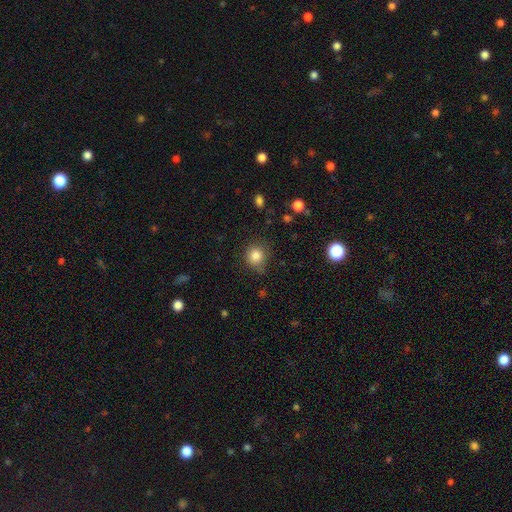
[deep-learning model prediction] The model was most divided on "merging": none: 75%, minor disturbance: 18%, major disturbance: 4%, merger: 2%. More confident: how rounded — round (87%); smooth or featured — smooth (84%).